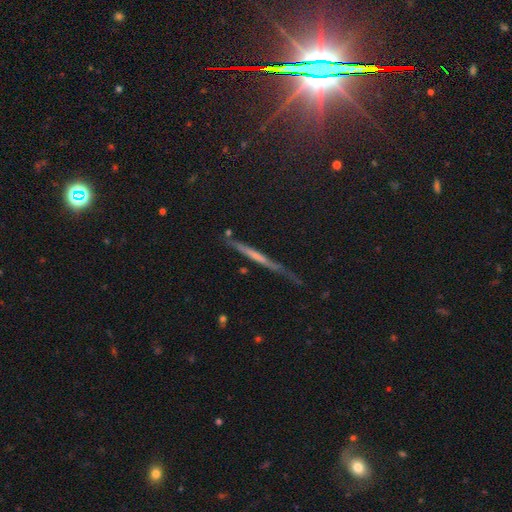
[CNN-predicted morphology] The model was most divided on "edge-on bulge": rounded: 48%, none: 39%, boxy: 13%. More confident: edge-on disk — yes (91%); merging — none (82%); smooth or featured — featured or disk (57%).